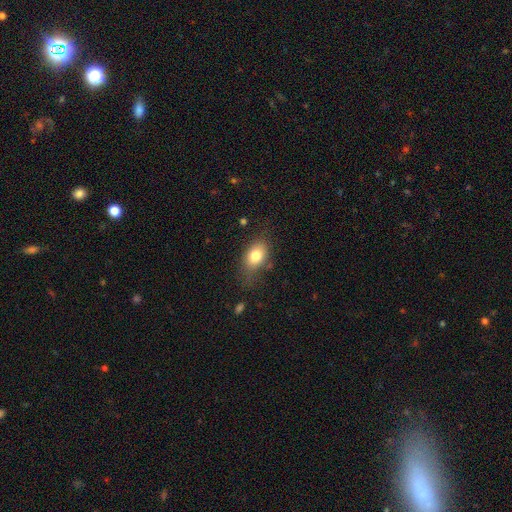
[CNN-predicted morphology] Smooth or featured: smooth — 79% (featured or disk — 12%)
How rounded: in between — 80% (round — 18%)
Merging: none — 64% (minor disturbance — 25%)